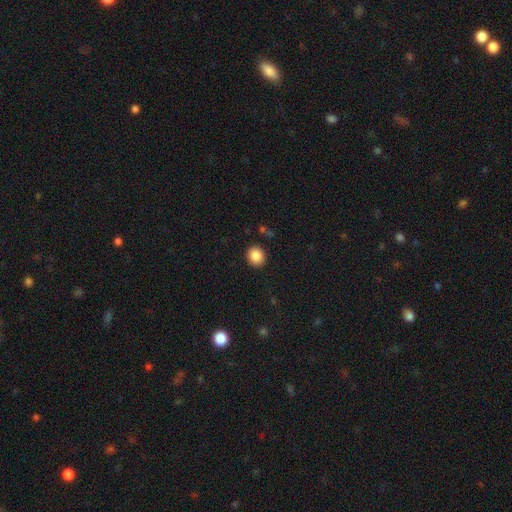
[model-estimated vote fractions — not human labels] Morphology: type=smooth (87%); roundness=round (81%); merging=none (91%).